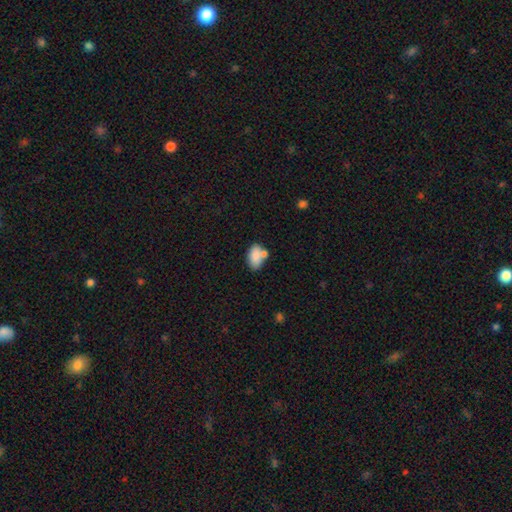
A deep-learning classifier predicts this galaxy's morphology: A smooth galaxy with no disk features (81%) that is in between round and cigar-shaped (90%).

Vote fractions:
- Smooth or featured? smooth: 81% / featured or disk: 11% / star or artifact: 8%
- How rounded? in between: 90% / round: 8% / cigar-shaped: 2%
- Merging? none: 49% / merger: 29% / minor disturbance: 17% / major disturbance: 5%